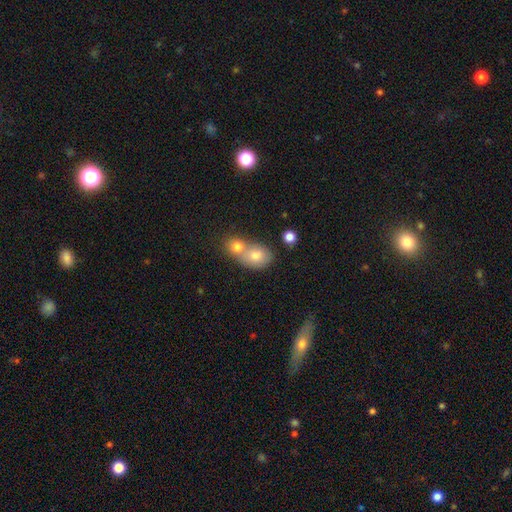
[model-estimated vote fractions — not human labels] Smooth or featured: smooth — 77% (featured or disk — 14%)
How rounded: in between — 55% (round — 43%)
Merging: merger — 63% (none — 27%)